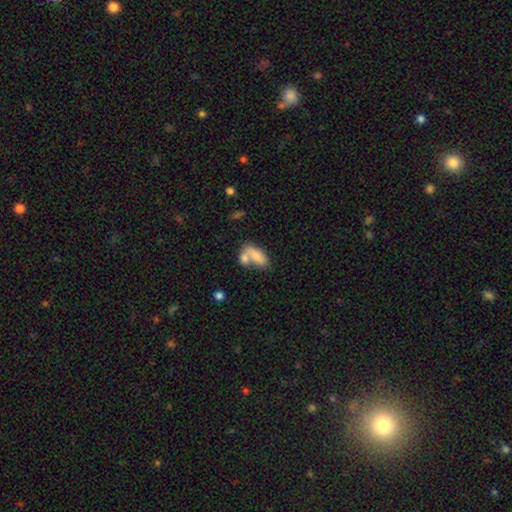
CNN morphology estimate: Smooth or featured?
  - smooth: 76% *
  - featured or disk: 16%
  - star or artifact: 8%
How rounded?
  - in between: 88% *
  - cigar-shaped: 6%
  - round: 6%
Merging?
  - merger: 56% *
  - none: 26%
  - minor disturbance: 10%
  - major disturbance: 7%